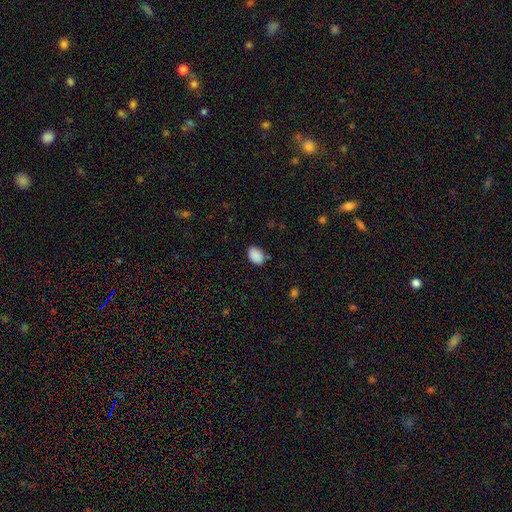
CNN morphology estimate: Smooth or featured: smooth — 89% (star or artifact — 8%)
How rounded: in between — 86% (round — 13%)
Merging: none — 80% (minor disturbance — 15%)